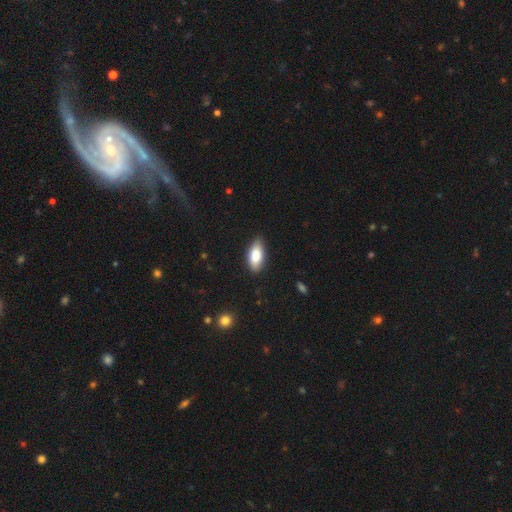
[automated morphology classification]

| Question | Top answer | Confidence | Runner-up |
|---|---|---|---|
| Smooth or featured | smooth | 85% | featured or disk (9%) |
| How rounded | in between | 87% | cigar-shaped (10%) |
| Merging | none | 80% | minor disturbance (16%) |